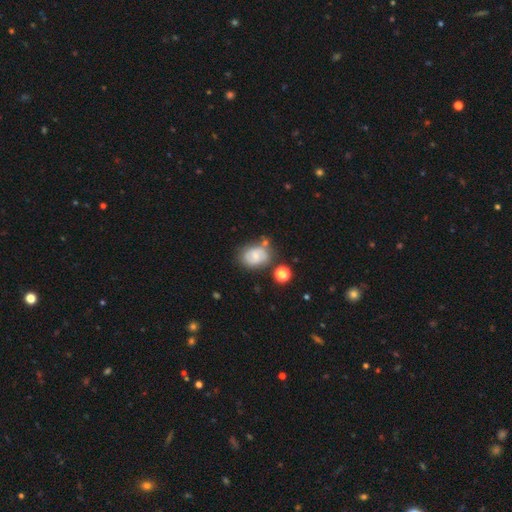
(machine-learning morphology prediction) smooth-or-featured: smooth: 48% | featured or disk: 43% | star or artifact: 9%
  merging: none: 58% | minor disturbance: 23% | merger: 11% | major disturbance: 7%